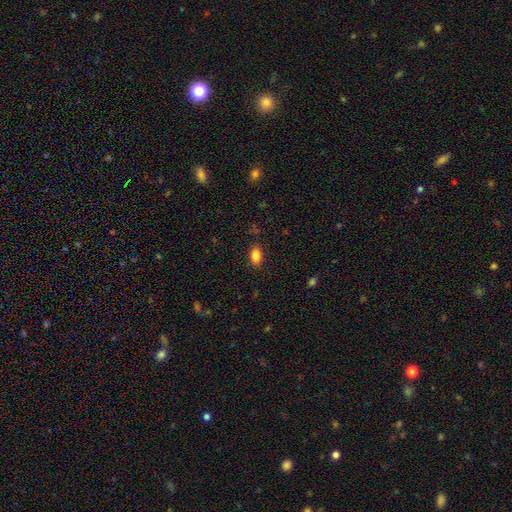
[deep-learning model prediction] Overall: smooth (84%). How rounded: in between (87%). Merging: none (86%).